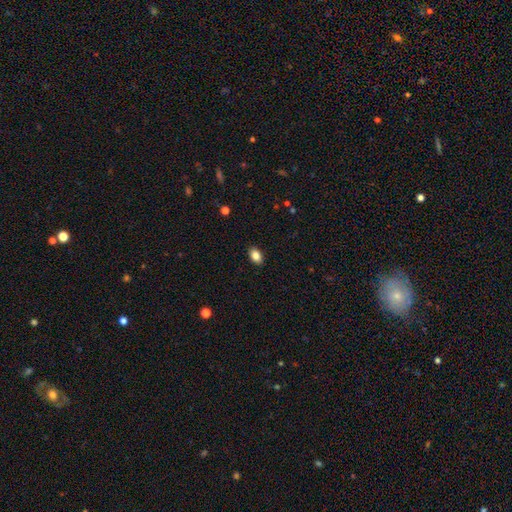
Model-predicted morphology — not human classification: smooth-or-featured: smooth: 85% | star or artifact: 9% | featured or disk: 6%
  how-rounded: in between: 86% | round: 13% | cigar-shaped: 1%
  merging: none: 89% | minor disturbance: 8% | major disturbance: 2% | merger: 1%